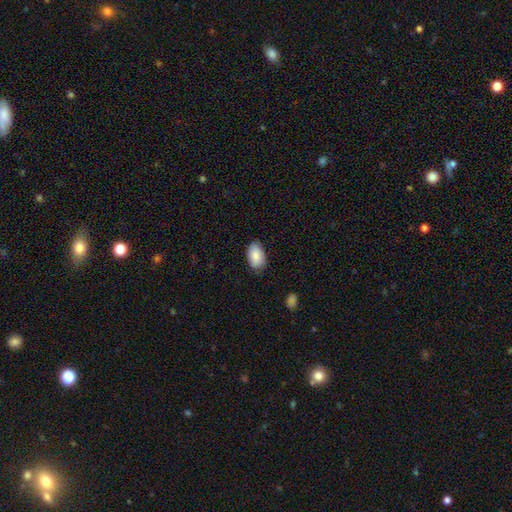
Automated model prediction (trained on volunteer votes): The model was most divided on "merging": none: 80%, minor disturbance: 17%, major disturbance: 3%, merger: 1%. More confident: how rounded — in between (91%); smooth or featured — smooth (86%).